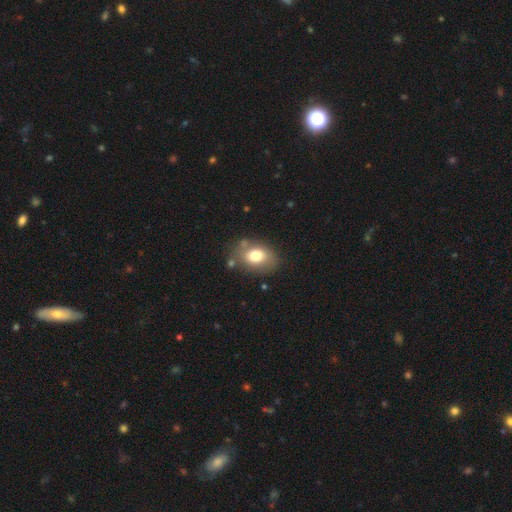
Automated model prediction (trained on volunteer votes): A smooth galaxy with no disk features (74%) that is in between round and cigar-shaped (72%).

Vote fractions:
- Smooth or featured? smooth: 74% / featured or disk: 17% / star or artifact: 9%
- How rounded? in between: 72% / round: 26% / cigar-shaped: 1%
- Merging? none: 70% / minor disturbance: 17% / merger: 6% / major disturbance: 6%